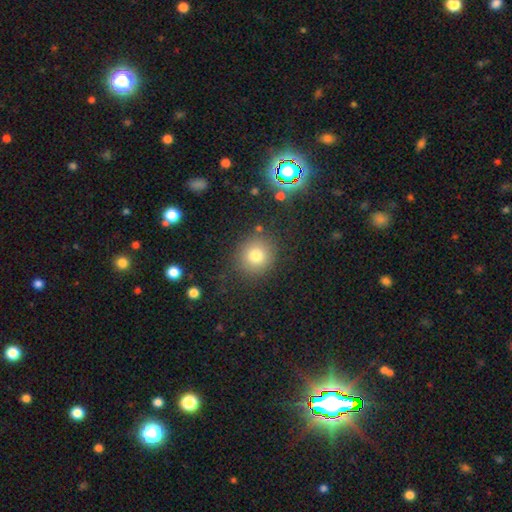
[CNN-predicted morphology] Smooth or featured? Predicted: smooth (p=0.77). How rounded? Predicted: round (p=0.88). Merging? Predicted: none (p=0.83).